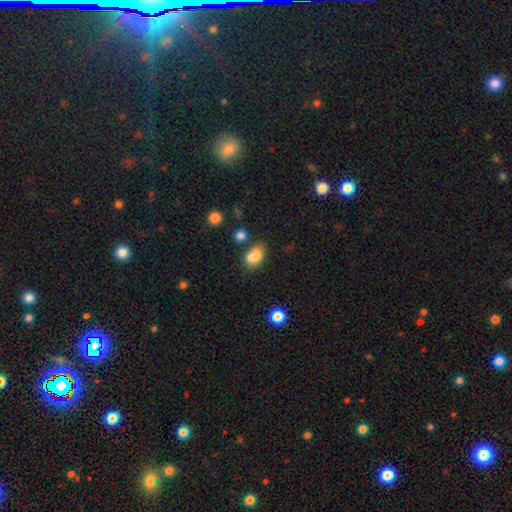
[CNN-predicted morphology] smooth-or-featured: smooth: 78% | star or artifact: 11% | featured or disk: 11%
  how-rounded: in between: 77% | round: 21% | cigar-shaped: 2%
  merging: none: 40% | merger: 31% | minor disturbance: 21% | major disturbance: 8%